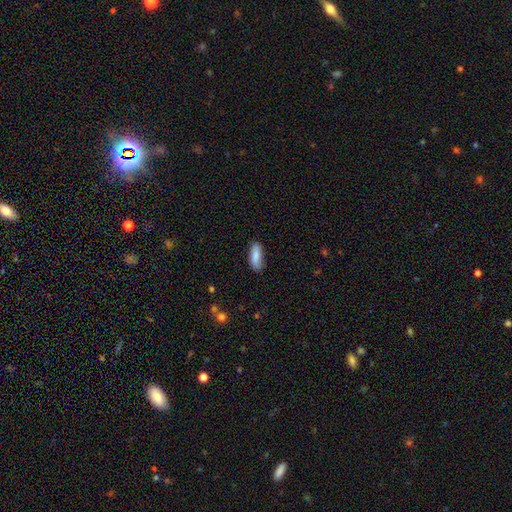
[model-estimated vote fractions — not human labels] Morphology: type=smooth (82%); roundness=in between (59%); merging=none (81%).